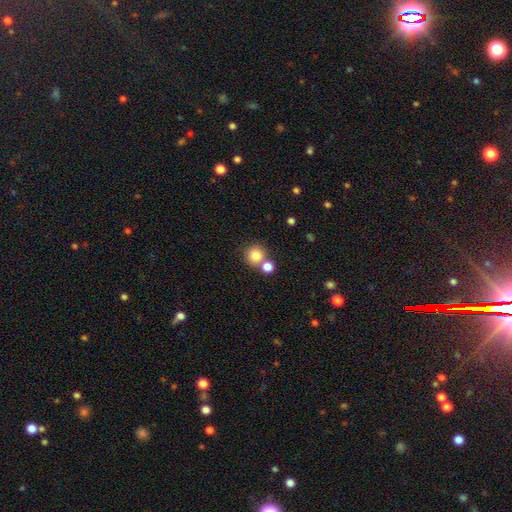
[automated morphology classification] Overall: smooth (82%). How rounded: round (92%). Merging: none (63%; merger 26%).